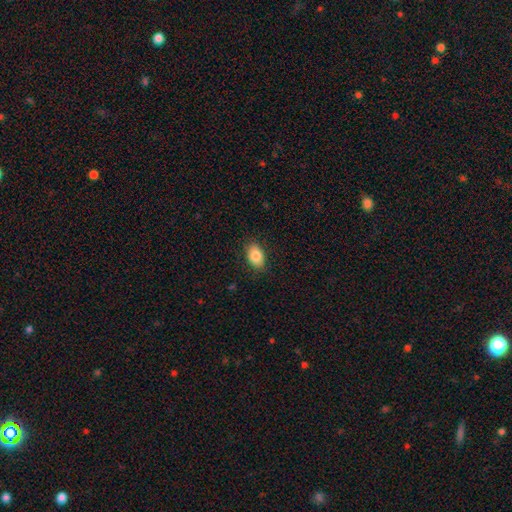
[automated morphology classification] Overall: smooth (85%). How rounded: in between (86%). Merging: none (85%).